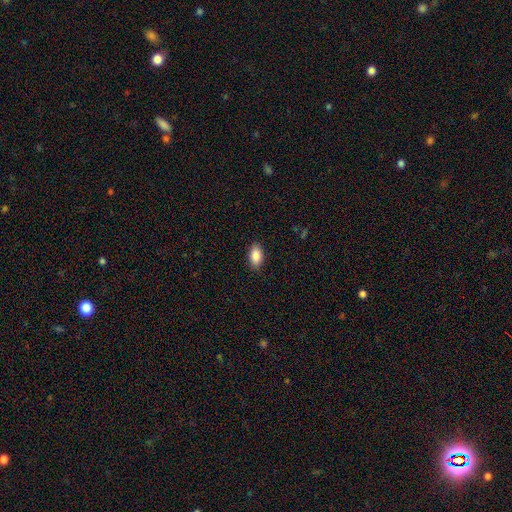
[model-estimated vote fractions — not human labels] Overall: smooth (87%). How rounded: in between (92%). Merging: none (89%).